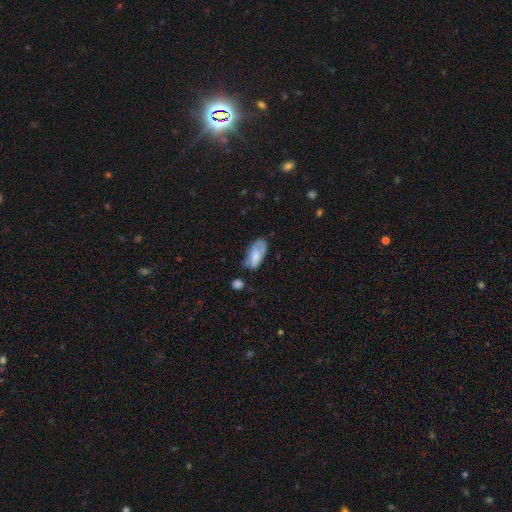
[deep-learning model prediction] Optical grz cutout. It shows a smooth galaxy with no disk features (65%) that is in between round and cigar-shaped (90%). Merging: none (40%).